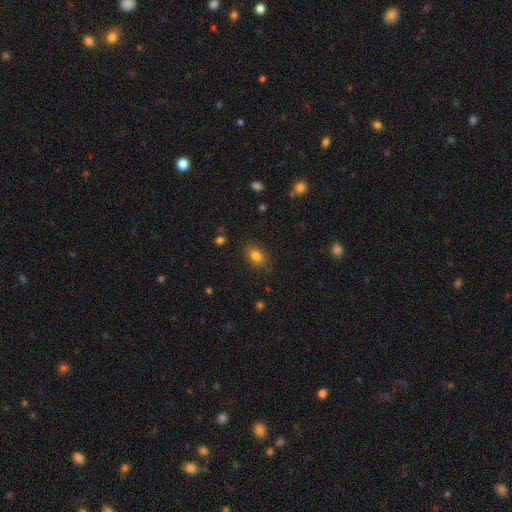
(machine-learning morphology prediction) Overall: smooth (82%). How rounded: in between (81%). Merging: none (81%).